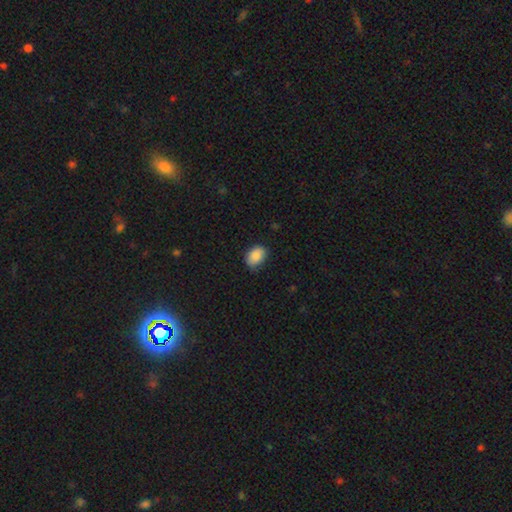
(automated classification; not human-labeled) smooth-or-featured: smooth: 89% | star or artifact: 7% | featured or disk: 4%
  how-rounded: in between: 78% | round: 21% | cigar-shaped: 1%
  merging: none: 79% | minor disturbance: 17% | major disturbance: 3% | merger: 1%